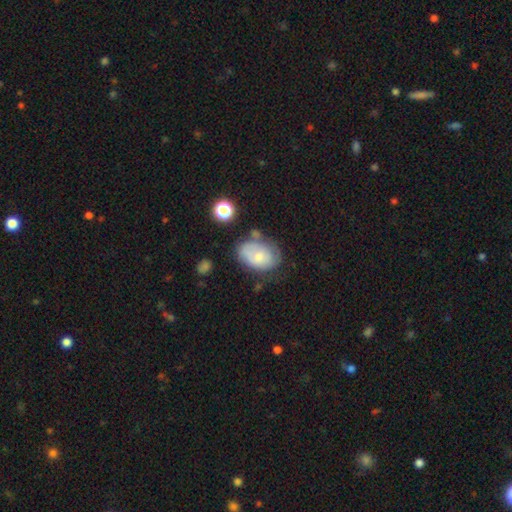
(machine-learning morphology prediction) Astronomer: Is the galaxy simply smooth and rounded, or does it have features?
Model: smooth — 64%.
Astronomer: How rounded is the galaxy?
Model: in between — 79%.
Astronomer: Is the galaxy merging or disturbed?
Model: none — 48% (runner-up: minor disturbance, 29%).